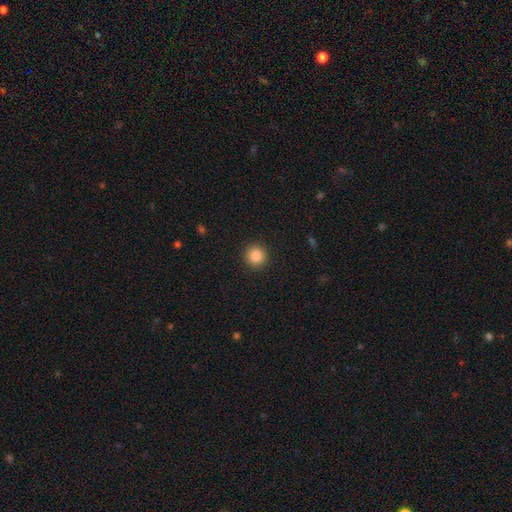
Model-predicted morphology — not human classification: type=smooth (86%); roundness=round (94%); merging=none (92%).